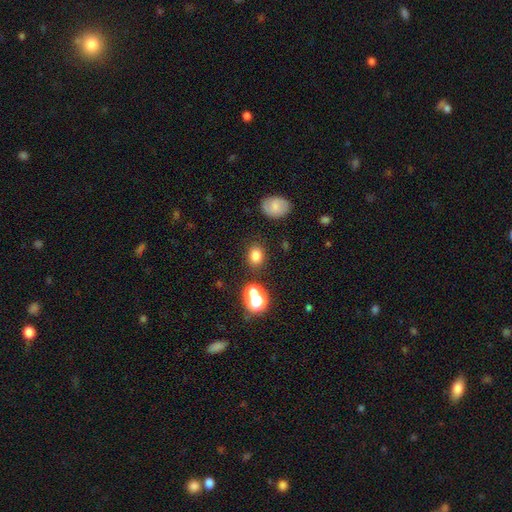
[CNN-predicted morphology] Smooth or featured? smooth (79%)
How rounded? in between (54%)
Merging? none (81%)